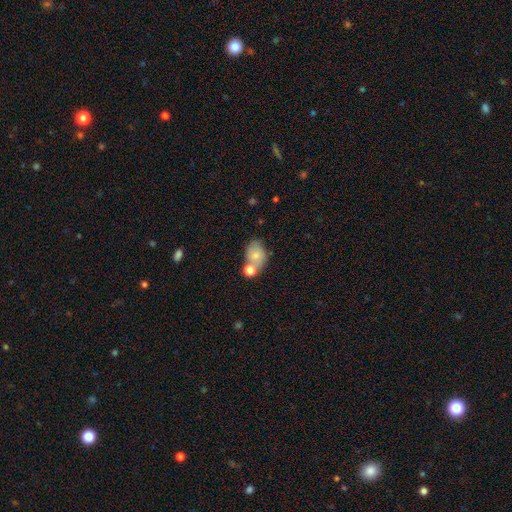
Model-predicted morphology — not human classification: smooth-or-featured: smooth: 71% | featured or disk: 19% | star or artifact: 9%
  how-rounded: in between: 69% | round: 30% | cigar-shaped: 1%
  merging: none: 46% | merger: 32% | minor disturbance: 16% | major disturbance: 6%